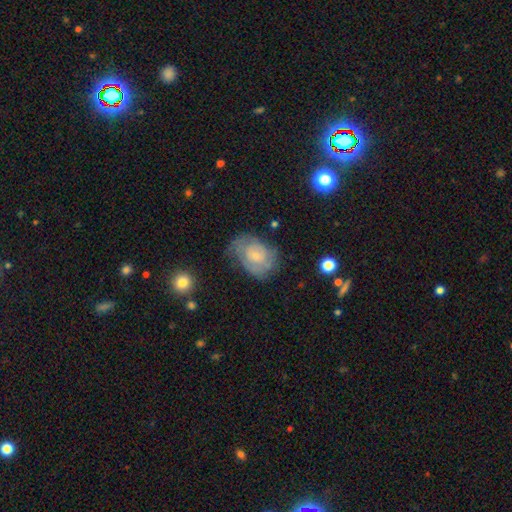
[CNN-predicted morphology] A featured or disk galaxy (62%) with no bar (70%), spiral arms (81%) and a small central bulge (67%). Merging: none (55%).